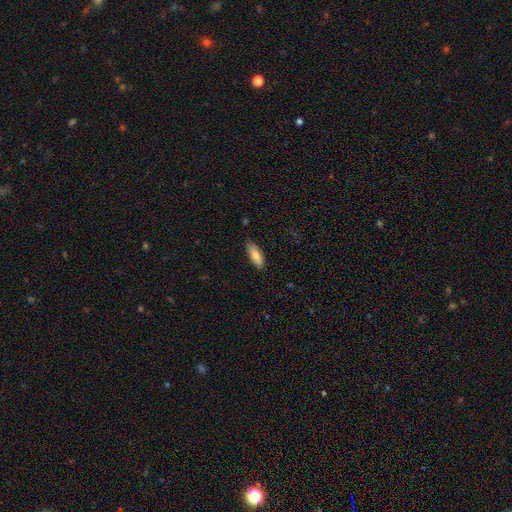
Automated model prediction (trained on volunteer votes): This is clearly a smooth galaxy (81%). How rounded: likely in between (68%). Merging: clearly none (84%).